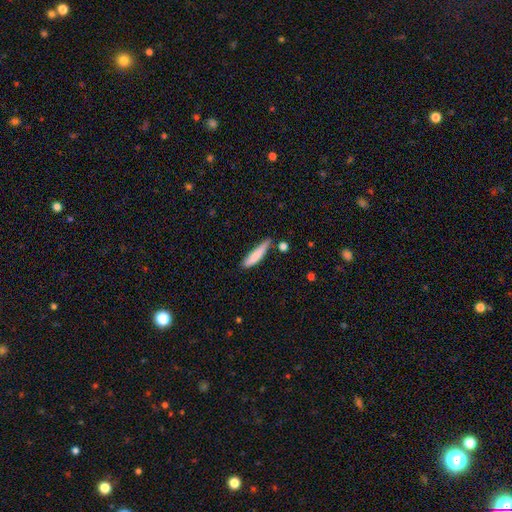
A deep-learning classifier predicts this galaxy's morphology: A smooth galaxy with no disk features (79%) that is cigar-shaped (82%). Merging: none (57%).